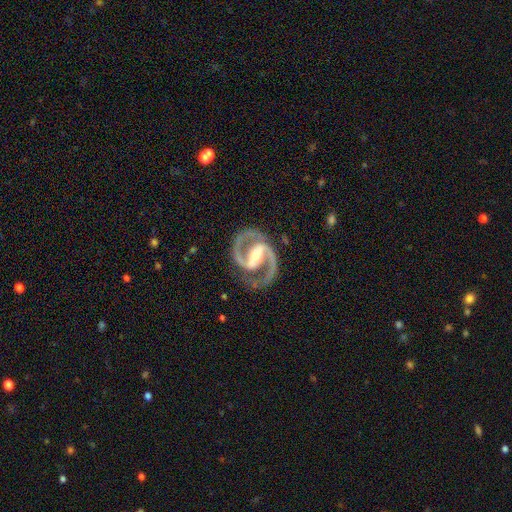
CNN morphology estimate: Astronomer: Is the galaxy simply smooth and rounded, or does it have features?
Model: featured or disk — 94%.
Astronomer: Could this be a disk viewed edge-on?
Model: no — 98%.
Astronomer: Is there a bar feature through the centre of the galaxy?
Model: strong — 68%.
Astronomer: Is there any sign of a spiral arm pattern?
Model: yes — 98%.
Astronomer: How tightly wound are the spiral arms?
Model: medium — 67%.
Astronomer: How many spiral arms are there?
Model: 2 — 95%.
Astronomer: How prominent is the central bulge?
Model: moderate — 47% (runner-up: small, 43%).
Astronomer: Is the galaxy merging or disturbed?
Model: none — 83%.